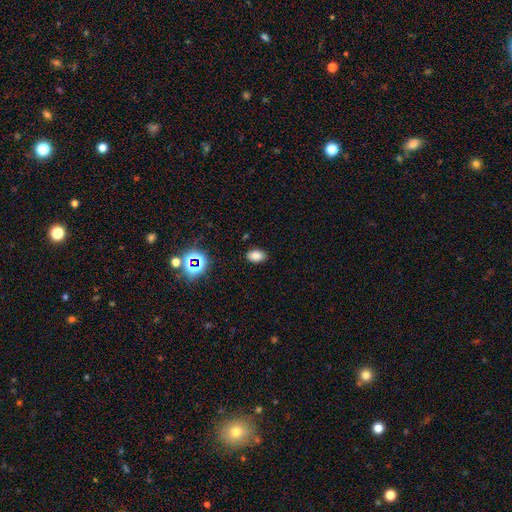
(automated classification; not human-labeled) The model was most divided on "smooth or featured": smooth: 80%, star or artifact: 16%, featured or disk: 4%. More confident: merging — none (85%); how rounded — in between (85%).